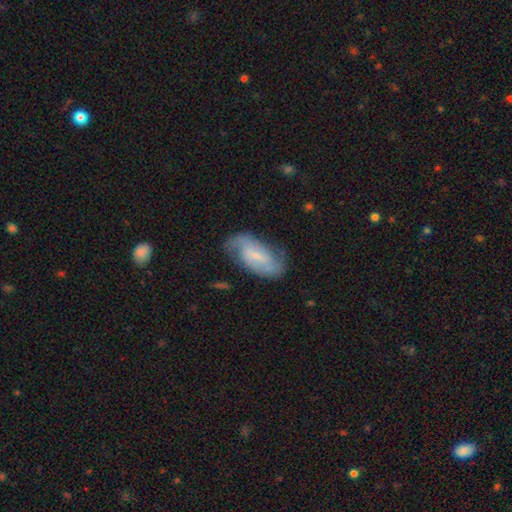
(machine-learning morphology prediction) smooth-or-featured: featured or disk: 72% | smooth: 22% | star or artifact: 6%
  disk-edge-on: no: 95% | yes: 5%
    bar: weak: 49% | no: 29% | strong: 22%
    has-spiral-arms: yes: 91% | no: 9%
      spiral-winding: medium: 45% | loose: 28% | tight: 27%
      spiral-arm-count: 2: 81% | can't tell: 11% | 1: 3% | 3: 3% | 4: 1% | more than 4: 1%
    bulge-size: small: 69% | moderate: 19% | none: 9% | large: 2% | dominant: 1%
  merging: none: 69% | minor disturbance: 21% | major disturbance: 8% | merger: 2%